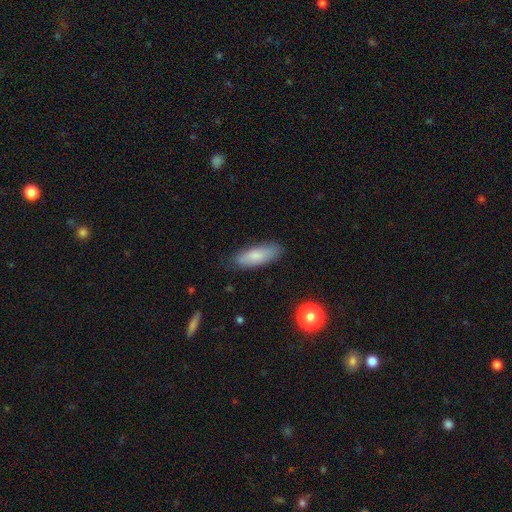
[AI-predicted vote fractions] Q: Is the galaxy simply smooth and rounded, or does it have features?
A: smooth — 80%.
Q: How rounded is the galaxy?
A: in between — 64%.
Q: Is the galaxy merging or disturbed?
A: none — 80%.